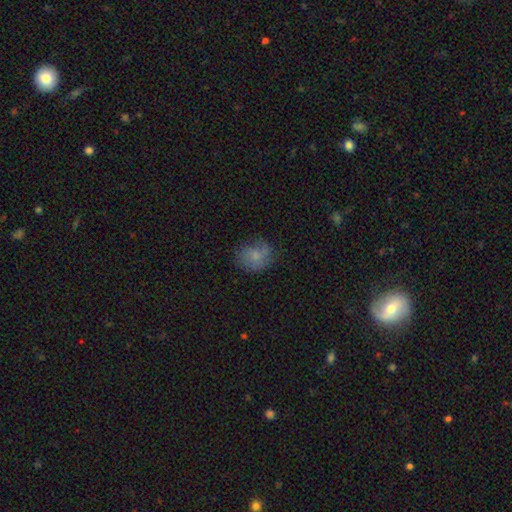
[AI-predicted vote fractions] smooth-or-featured: smooth: 67% | featured or disk: 22% | star or artifact: 11%
  how-rounded: round: 62% | in between: 37% | cigar-shaped: 1%
  merging: none: 58% | minor disturbance: 27% | major disturbance: 13% | merger: 2%